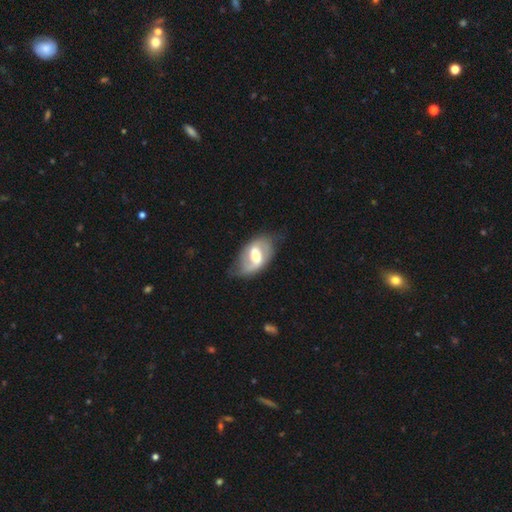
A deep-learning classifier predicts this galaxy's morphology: Overall: featured or disk (73%). Edge-on disk: no (96%). Bar: weak (46%; strong 38%). Spiral arms: yes (83%). Spiral arm count: 2 (82%). Spiral winding: loose (43%; medium 40%). Bulge size: moderate (62%). Merging: none (59%; minor disturbance 27%).